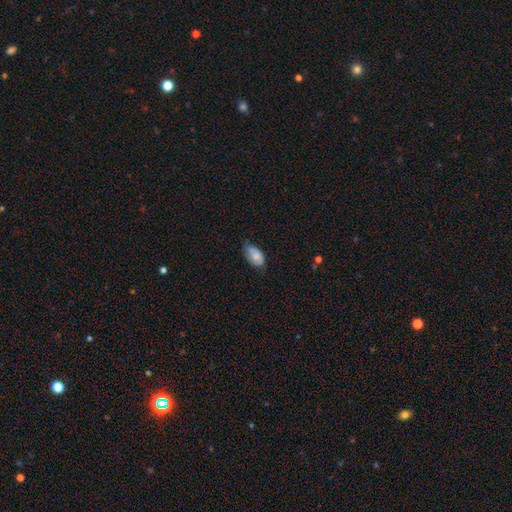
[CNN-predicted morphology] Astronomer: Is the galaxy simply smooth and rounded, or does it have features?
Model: smooth — 78%.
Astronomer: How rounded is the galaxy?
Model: in between — 93%.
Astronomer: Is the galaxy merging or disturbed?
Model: none — 60%.